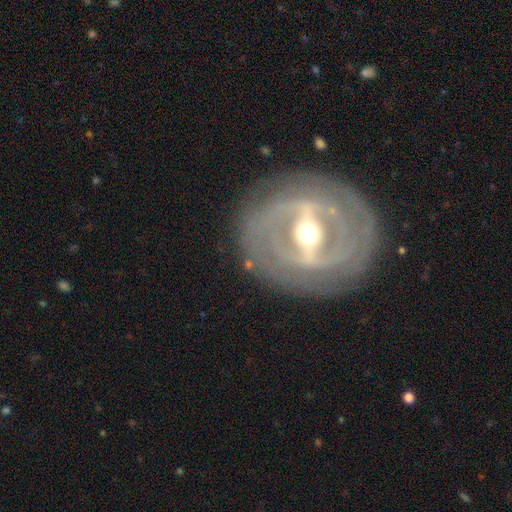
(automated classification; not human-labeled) featured or disk 88%, smooth 7%, star or artifact 5%. Down the decision tree: edge-on disk — no (89%); bar — strong (77%); spiral arms — yes (71%); spiral arm count — 2 (39%); spiral winding — tight (70%); bulge size — moderate (67%); merging — none (84%).